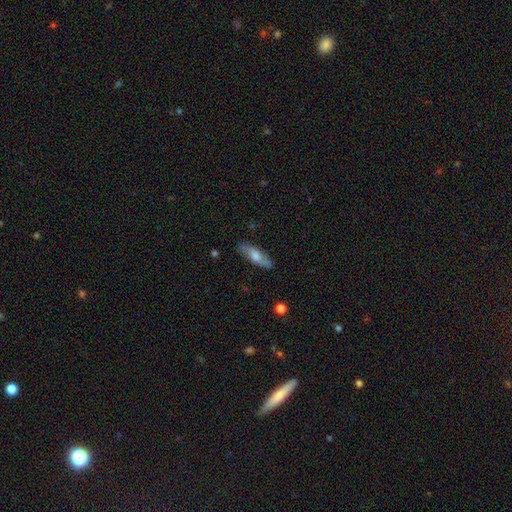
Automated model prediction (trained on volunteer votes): Q: Smooth or featured?
A: smooth (54%); runner-up: featured or disk (40%)
Q: How rounded?
A: in between (49%); runner-up: cigar-shaped (48%)
Q: Merging?
A: none (85%); runner-up: minor disturbance (12%)